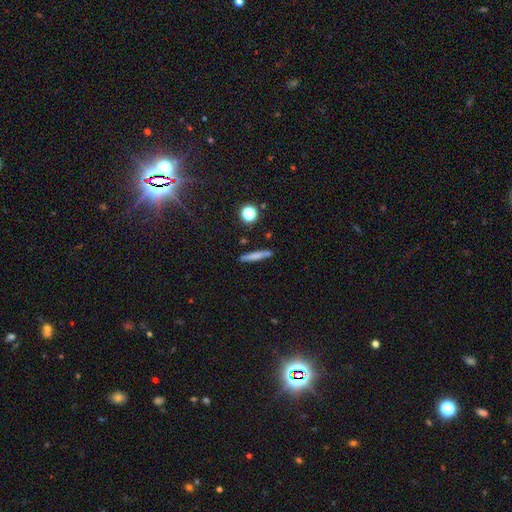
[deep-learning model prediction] smooth_or_featured: smooth (p=0.68) [alt: featured or disk p=0.24]
how_rounded: cigar-shaped (p=0.92) [alt: in between p=0.05]
merging: none (p=0.85) [alt: minor disturbance p=0.09]